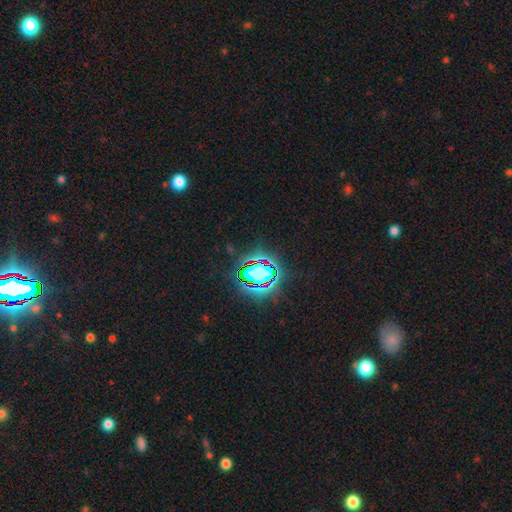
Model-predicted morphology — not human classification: Smooth or featured? star or artifact (83%)